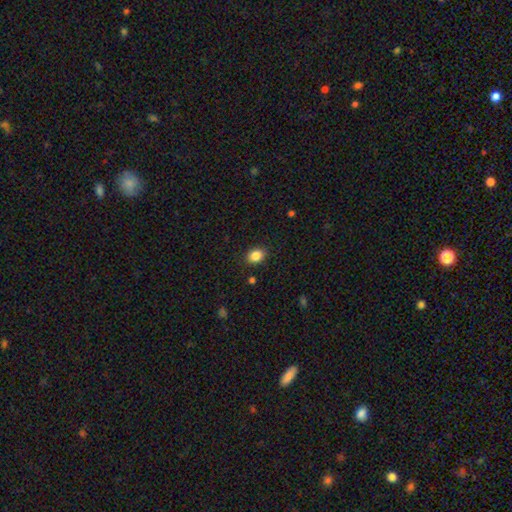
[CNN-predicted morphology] smooth_or_featured: smooth (p=0.86) [alt: star or artifact p=0.10]
how_rounded: in between (p=0.57) [alt: round p=0.42]
merging: none (p=0.87) [alt: minor disturbance p=0.09]